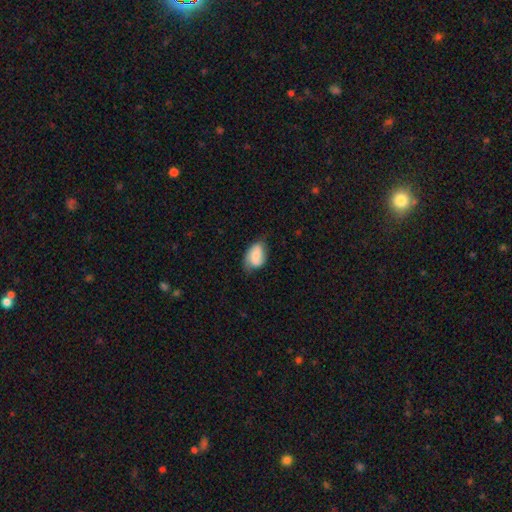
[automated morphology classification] Q: Smooth or featured?
A: smooth (67%); runner-up: featured or disk (25%)
Q: How rounded?
A: in between (87%); runner-up: round (11%)
Q: Merging?
A: none (52%); runner-up: minor disturbance (36%)